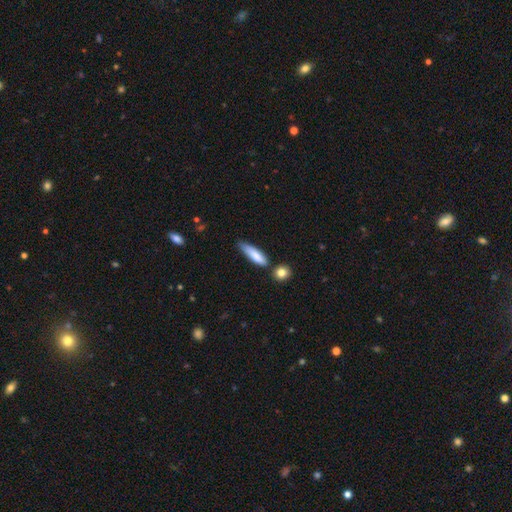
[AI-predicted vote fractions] Smooth or featured? Predicted: smooth (p=0.81). How rounded? Predicted: cigar-shaped (p=0.69). Merging? Predicted: none (p=0.56).